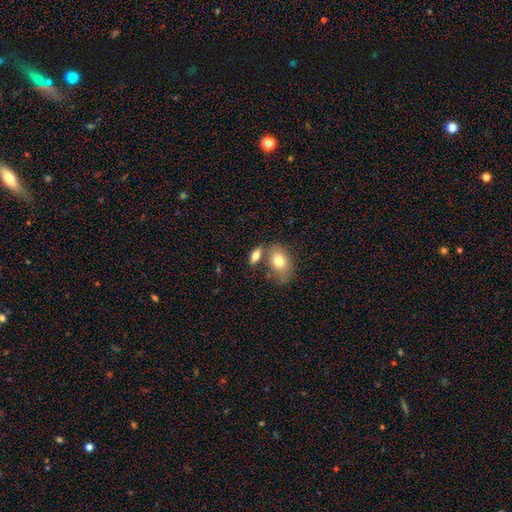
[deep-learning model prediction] Smooth or featured: smooth — 77% (featured or disk — 16%)
How rounded: in between — 83% (round — 9%)
Merging: none — 55% (merger — 29%)